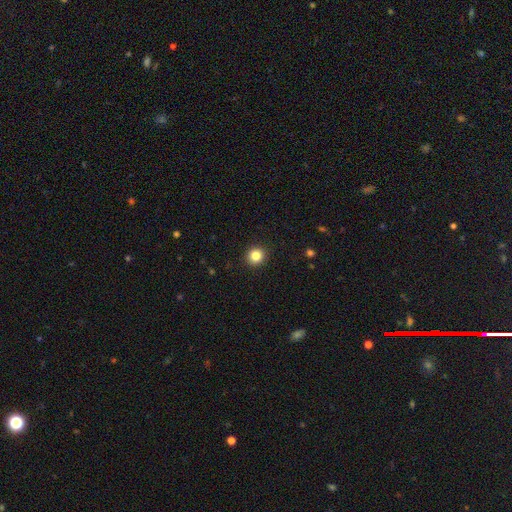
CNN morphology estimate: Smooth or featured? smooth (84%)
How rounded? round (91%)
Merging? none (93%)